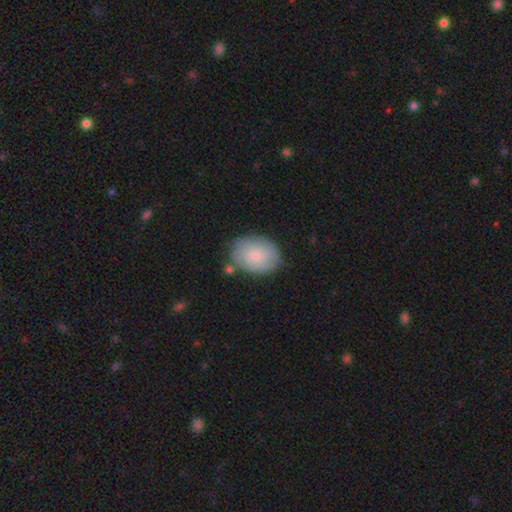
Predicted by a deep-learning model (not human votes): Smooth or featured? smooth (68%)
How rounded? in between (66%)
Merging? none (74%)